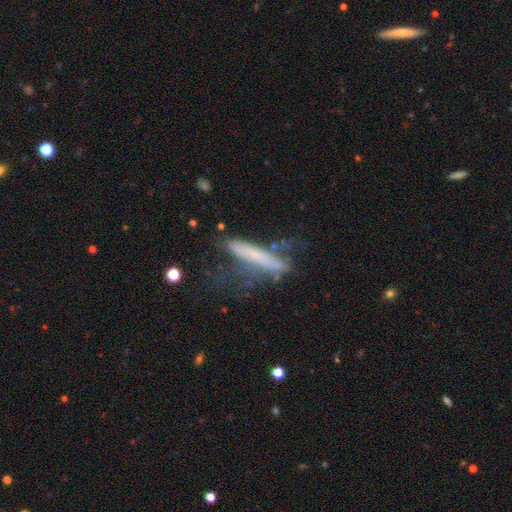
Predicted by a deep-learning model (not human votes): A featured or disk galaxy (46%). Merging: none (36%).